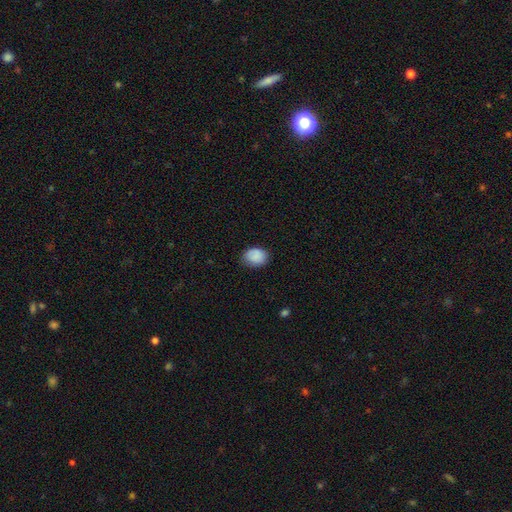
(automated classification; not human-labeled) A smooth galaxy with no disk features (87%) that is in between round and cigar-shaped (59%). Merging: none (80%).